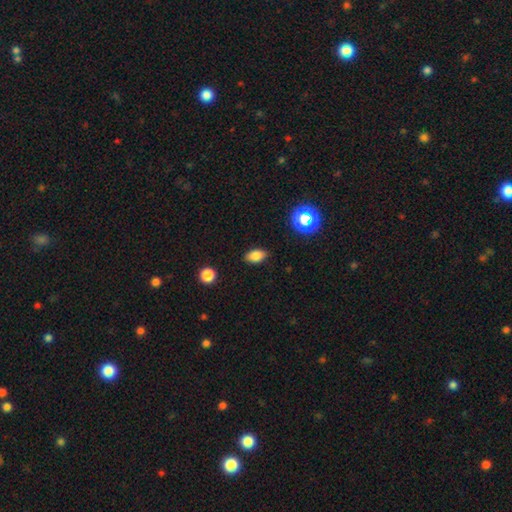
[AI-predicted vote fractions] This appears to be a smooth galaxy with no disk features (82%) that is in between round and cigar-shaped (88%). Merging: none (87%).